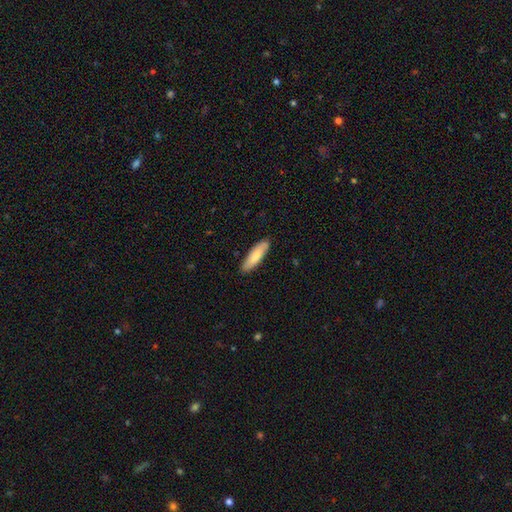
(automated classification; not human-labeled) smooth_or_featured: smooth (p=0.81) [alt: featured or disk p=0.14]
how_rounded: cigar-shaped (p=0.62) [alt: in between p=0.37]
merging: none (p=0.88) [alt: minor disturbance p=0.09]